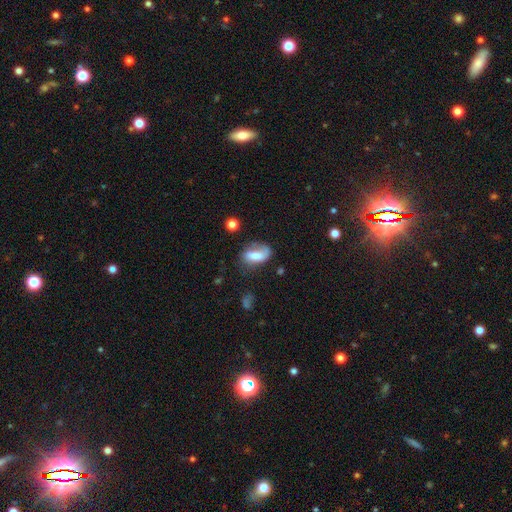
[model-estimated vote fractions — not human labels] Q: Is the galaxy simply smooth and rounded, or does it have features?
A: smooth — 54%.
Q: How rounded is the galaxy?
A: in between — 84%.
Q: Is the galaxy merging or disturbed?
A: none — 44%.